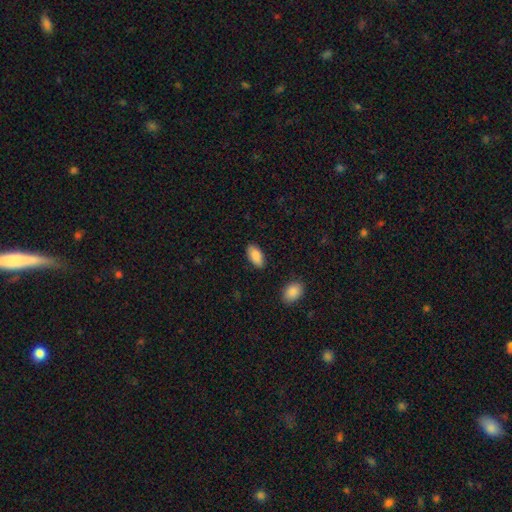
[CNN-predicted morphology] Smooth or featured? Predicted: smooth (p=0.89). How rounded? Predicted: in between (p=0.93). Merging? Predicted: none (p=0.85).